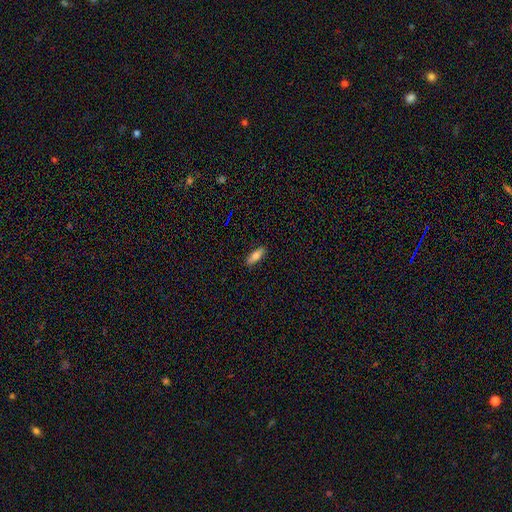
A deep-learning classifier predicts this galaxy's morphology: Smooth or featured?
  - smooth: 75% *
  - featured or disk: 18%
  - star or artifact: 7%
How rounded?
  - in between: 65% *
  - cigar-shaped: 33%
  - round: 3%
Merging?
  - none: 88% *
  - minor disturbance: 9%
  - major disturbance: 2%
  - merger: 1%